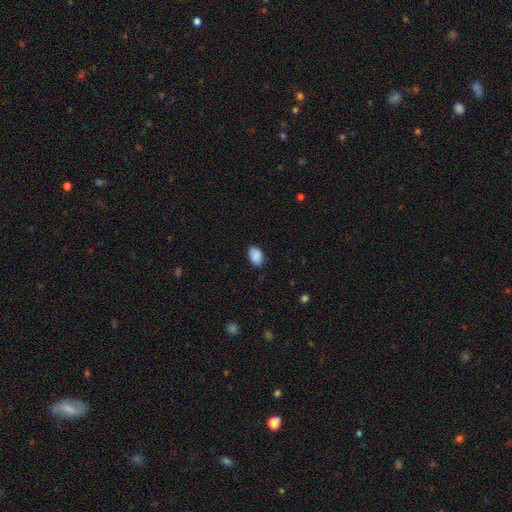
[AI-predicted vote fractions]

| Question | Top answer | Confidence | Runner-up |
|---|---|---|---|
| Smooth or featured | smooth | 89% | star or artifact (7%) |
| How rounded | in between | 89% | round (10%) |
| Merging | none | 82% | minor disturbance (15%) |